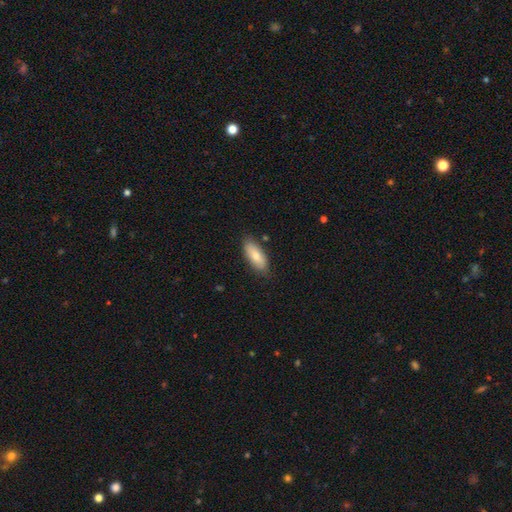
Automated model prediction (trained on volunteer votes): Smooth or featured? smooth (74%)
How rounded? in between (81%)
Merging? none (82%)